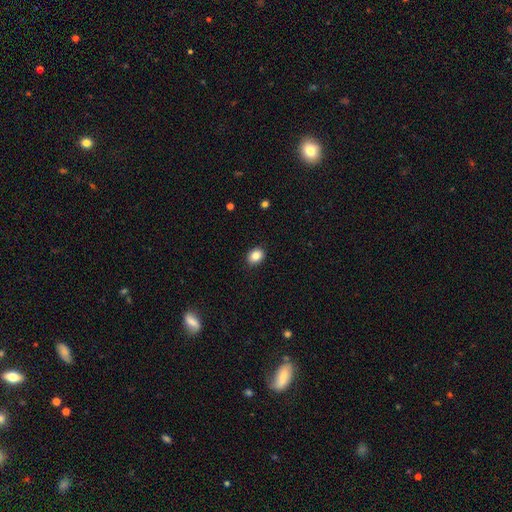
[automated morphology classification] smooth_or_featured: smooth (p=0.86) [alt: star or artifact p=0.09]
how_rounded: in between (p=0.54) [alt: round p=0.45]
merging: none (p=0.90) [alt: minor disturbance p=0.07]